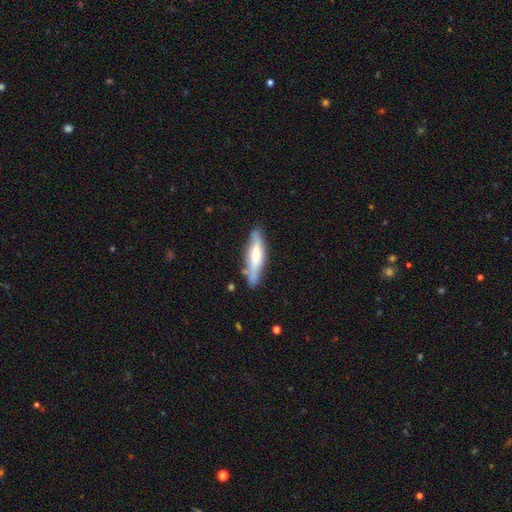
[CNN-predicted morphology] Smooth or featured? smooth (57%)
How rounded? cigar-shaped (73%)
Merging? none (73%)